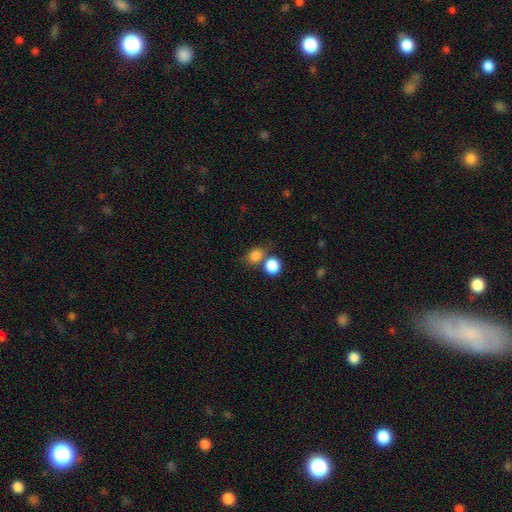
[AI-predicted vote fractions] Smooth or featured?
  - smooth: 84% *
  - star or artifact: 10%
  - featured or disk: 6%
How rounded?
  - round: 60% *
  - in between: 39%
  - cigar-shaped: 1%
Merging?
  - none: 51% *
  - merger: 35%
  - minor disturbance: 10%
  - major disturbance: 5%